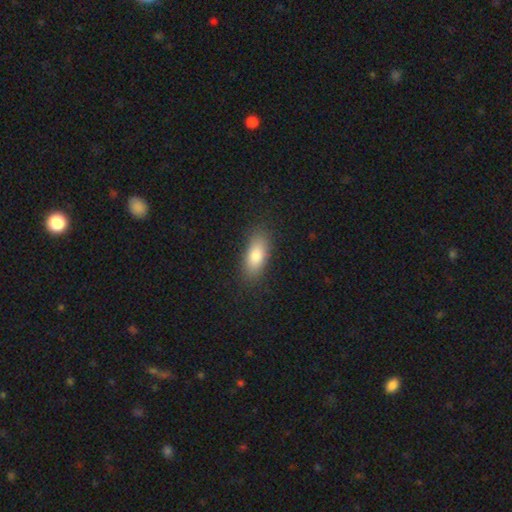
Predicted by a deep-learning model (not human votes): Smooth or featured? Predicted: smooth (p=0.82). How rounded? Predicted: in between (p=0.79). Merging? Predicted: none (p=0.85).